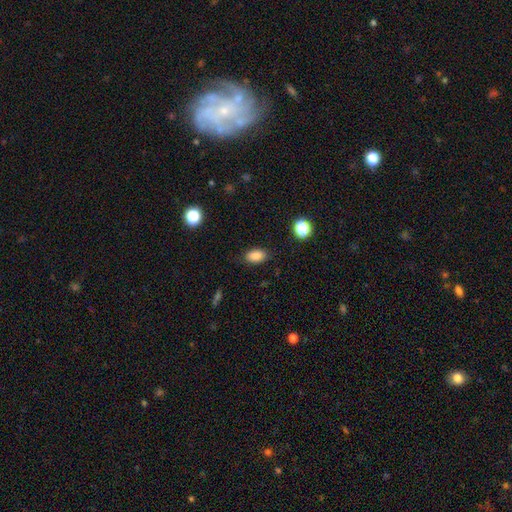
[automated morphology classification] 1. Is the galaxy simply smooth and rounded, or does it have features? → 86% smooth, 10% star or artifact, 4% featured or disk.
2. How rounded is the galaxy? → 89% in between, 8% round, 2% cigar-shaped.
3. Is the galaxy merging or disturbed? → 85% none, 11% minor disturbance, 3% major disturbance, 1% merger.